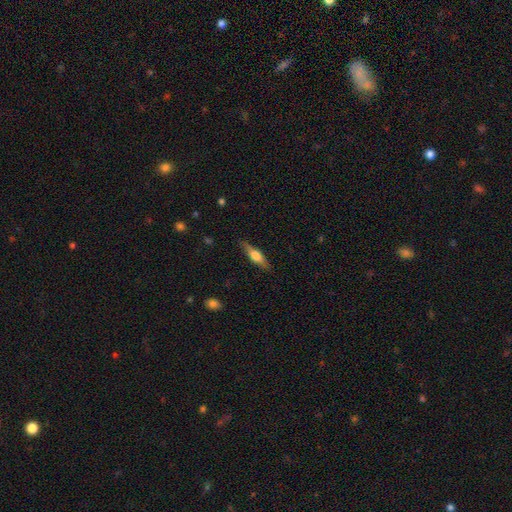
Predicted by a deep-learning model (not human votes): A featured or disk galaxy (52%) viewed edge-on (94%).

Vote fractions:
- Smooth or featured? featured or disk: 52% / smooth: 42% / star or artifact: 6%
- Edge-on disk? yes: 94% / no: 6%
- Merging? none: 86% / minor disturbance: 11% / major disturbance: 2% / merger: 1%